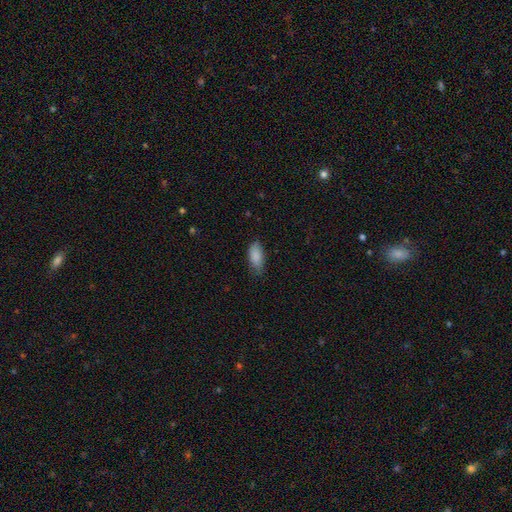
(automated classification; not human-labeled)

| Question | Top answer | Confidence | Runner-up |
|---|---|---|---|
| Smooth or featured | smooth | 87% | star or artifact (7%) |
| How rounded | in between | 88% | cigar-shaped (10%) |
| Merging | none | 70% | minor disturbance (24%) |